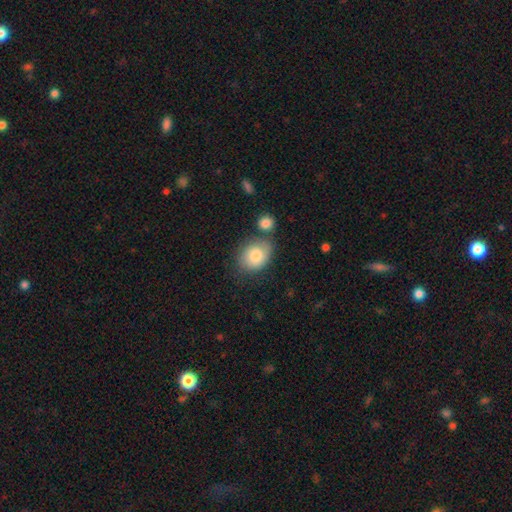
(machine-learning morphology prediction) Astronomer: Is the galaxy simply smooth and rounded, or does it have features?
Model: smooth — 77%.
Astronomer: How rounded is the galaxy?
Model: in between — 55% (runner-up: round, 44%).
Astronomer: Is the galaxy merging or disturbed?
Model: none — 57%.